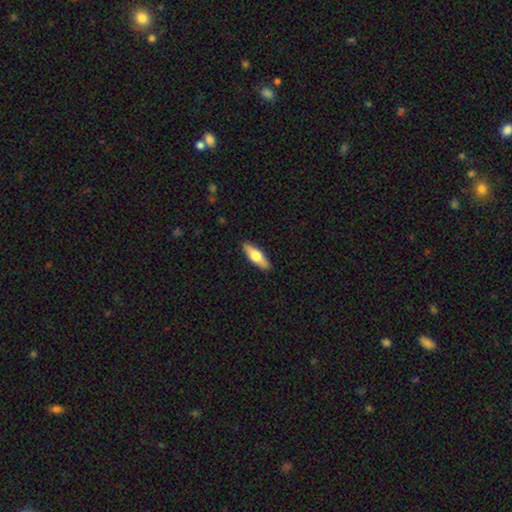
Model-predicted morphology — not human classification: Overall: smooth (55%; featured or disk 39%). How rounded: cigar-shaped (51%; in between 47%). Merging: none (89%).